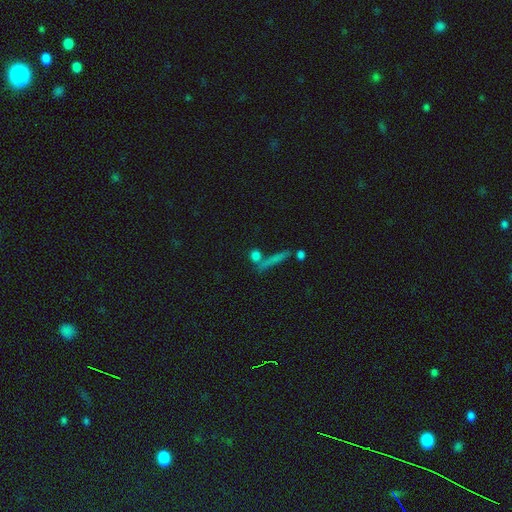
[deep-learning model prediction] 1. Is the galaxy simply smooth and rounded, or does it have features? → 70% smooth, 17% star or artifact, 14% featured or disk.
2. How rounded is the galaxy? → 53% round, 28% cigar-shaped, 19% in between.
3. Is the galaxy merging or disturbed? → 64% none, 20% merger, 10% minor disturbance, 6% major disturbance.